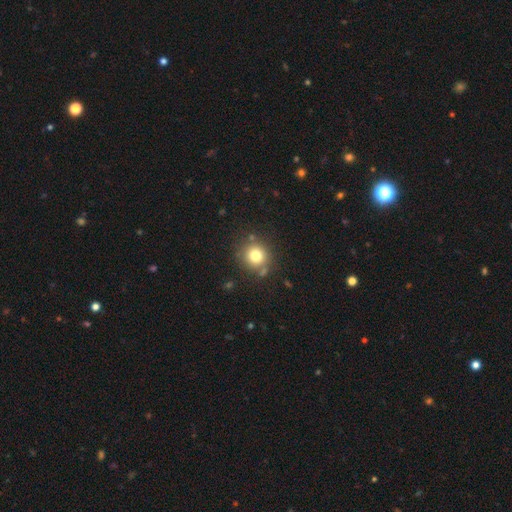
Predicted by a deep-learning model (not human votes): Q: Smooth or featured?
A: smooth (76%); runner-up: star or artifact (13%)
Q: How rounded?
A: round (90%); runner-up: in between (9%)
Q: Merging?
A: none (79%); runner-up: minor disturbance (10%)